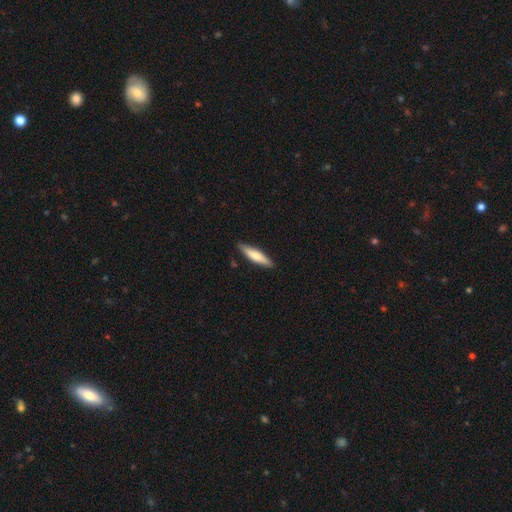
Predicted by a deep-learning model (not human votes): Smooth or featured?
  - smooth: 65% *
  - featured or disk: 30%
  - star or artifact: 5%
How rounded?
  - cigar-shaped: 80% *
  - in between: 18%
  - round: 1%
Merging?
  - none: 88% *
  - minor disturbance: 9%
  - major disturbance: 2%
  - merger: 1%